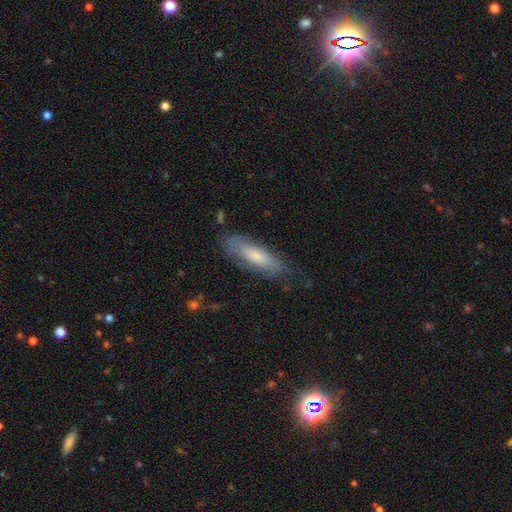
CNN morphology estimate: Smooth or featured? Predicted: smooth (p=0.57). How rounded? Predicted: cigar-shaped (p=0.52). Merging? Predicted: none (p=0.67).